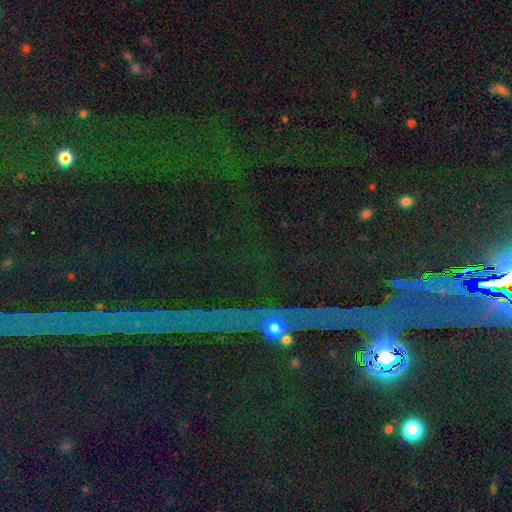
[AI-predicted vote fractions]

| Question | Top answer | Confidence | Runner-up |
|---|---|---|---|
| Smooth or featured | star or artifact | 86% | featured or disk (7%) |